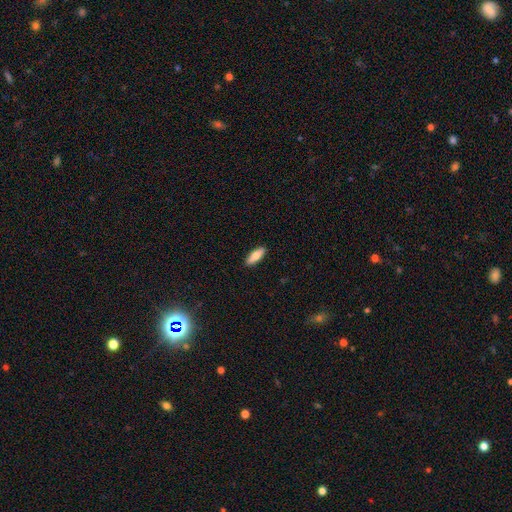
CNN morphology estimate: This appears to be a smooth galaxy with no disk features (76%) that is in between round and cigar-shaped (56%). Merging: none (90%).